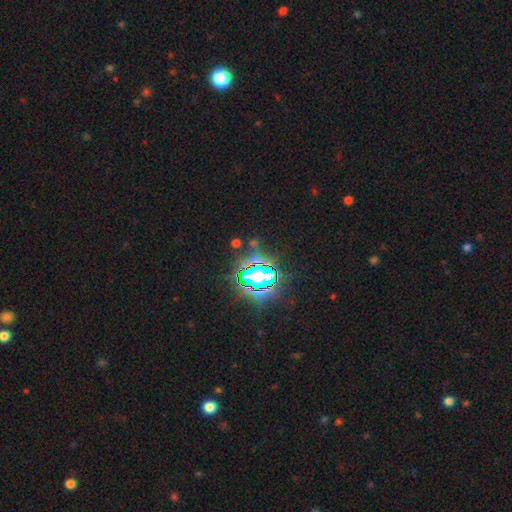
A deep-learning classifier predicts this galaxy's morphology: star or artifact 82%, smooth 11%, featured or disk 7%.